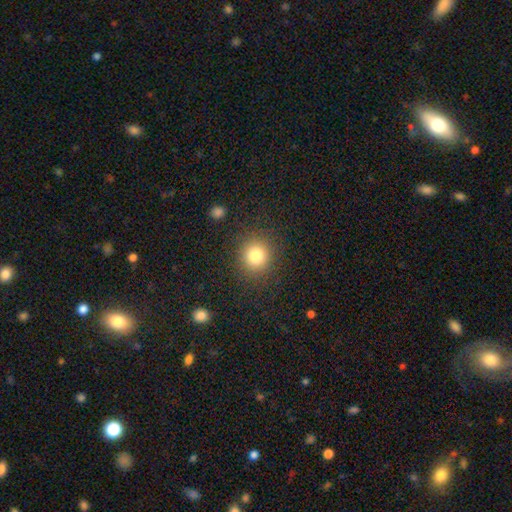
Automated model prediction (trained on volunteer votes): smooth-or-featured: smooth: 80% | star or artifact: 13% | featured or disk: 7%
  how-rounded: round: 88% | in between: 11% | cigar-shaped: 1%
  merging: none: 87% | minor disturbance: 8% | major disturbance: 4% | merger: 1%